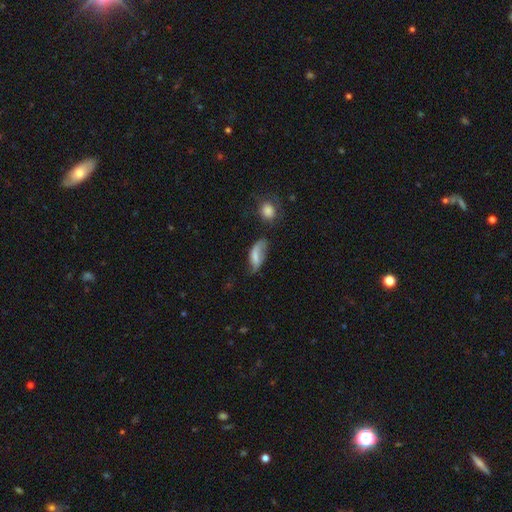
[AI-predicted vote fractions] Smooth or featured?
  - smooth: 57% *
  - featured or disk: 33%
  - star or artifact: 9%
How rounded?
  - in between: 84% *
  - cigar-shaped: 12%
  - round: 4%
Merging?
  - none: 37% *
  - minor disturbance: 33%
  - major disturbance: 23%
  - merger: 8%